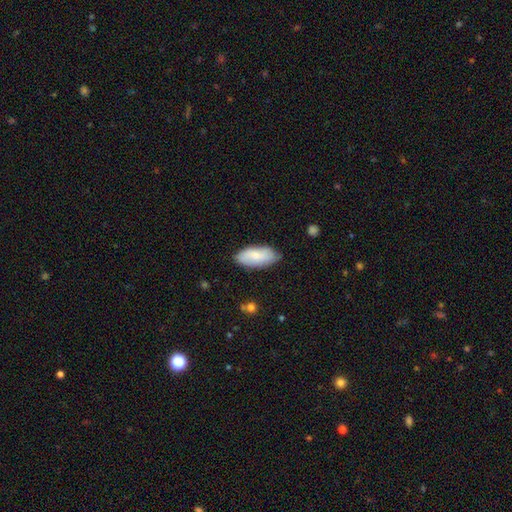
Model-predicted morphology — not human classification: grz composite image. It shows a smooth galaxy with no disk features (75%) that is in between round and cigar-shaped (90%). Merging: none (78%).